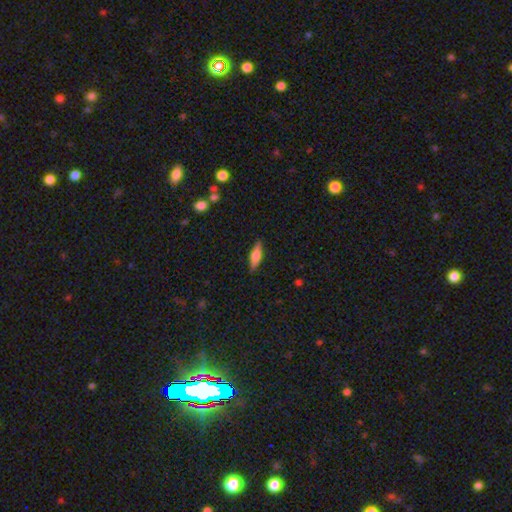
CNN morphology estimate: smooth_or_featured: smooth (p=0.60) [alt: featured or disk p=0.33]
how_rounded: cigar-shaped (p=0.56) [alt: in between p=0.41]
merging: none (p=0.88) [alt: minor disturbance p=0.09]